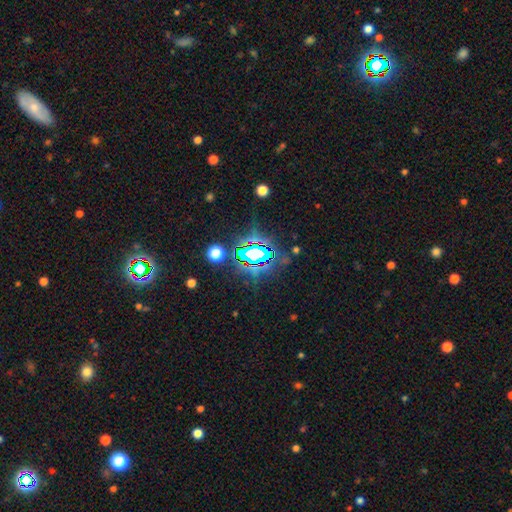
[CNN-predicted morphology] Smooth or featured?
  - star or artifact: 71% *
  - smooth: 16%
  - featured or disk: 12%